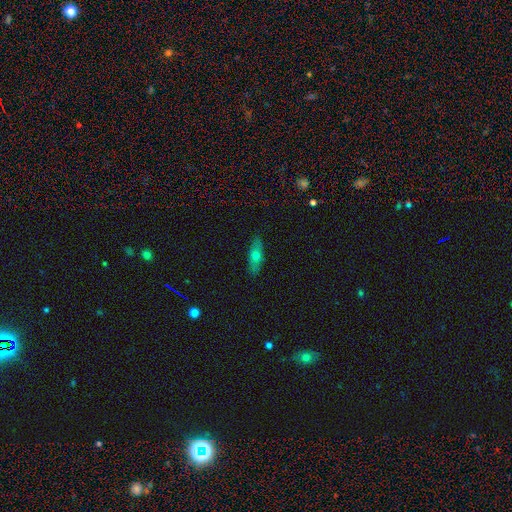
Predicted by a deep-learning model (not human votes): A smooth galaxy with no disk features (57%) that is in between round and cigar-shaped (57%).

Vote fractions:
- Smooth or featured? smooth: 57% / featured or disk: 36% / star or artifact: 7%
- How rounded? in between: 57% / cigar-shaped: 39% / round: 4%
- Merging? none: 88% / minor disturbance: 9% / major disturbance: 2% / merger: 1%